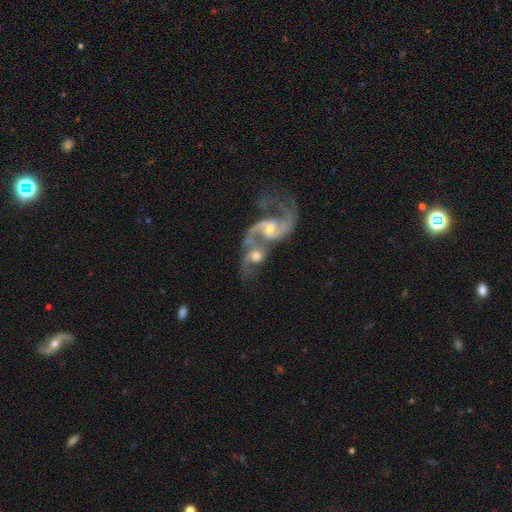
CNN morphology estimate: smooth-or-featured: featured or disk: 79% | smooth: 14% | star or artifact: 6%
  disk-edge-on: no: 97% | yes: 3%
    bar: no: 45% | weak: 42% | strong: 12%
    has-spiral-arms: yes: 91% | no: 9%
      spiral-winding: loose: 64% | medium: 30% | tight: 6%
      spiral-arm-count: 2: 86% | 1: 6% | can't tell: 4% | 3: 1% | 4: 1% | more than 4: 1%
    bulge-size: moderate: 52% | small: 34% | large: 8% | none: 4% | dominant: 2%
  merging: merger: 72% | none: 14% | major disturbance: 8% | minor disturbance: 6%